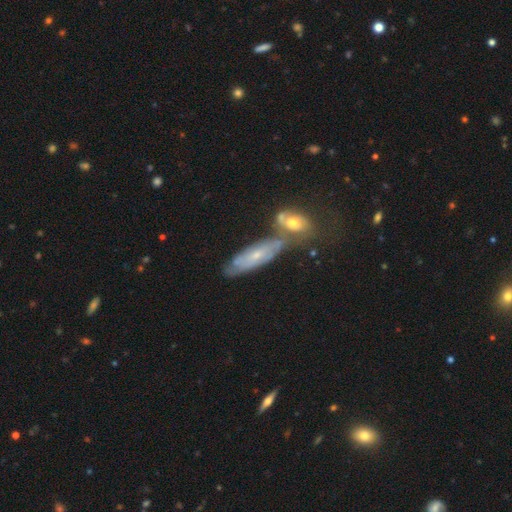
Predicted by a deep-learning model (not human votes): Morphology: type=featured or disk (61%); edge-on=no (75%); merging=none (51%).